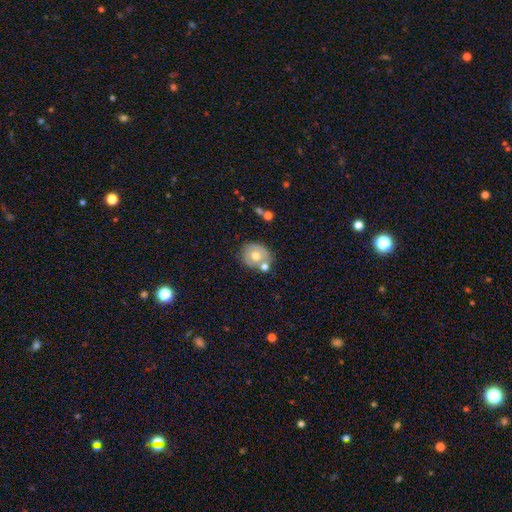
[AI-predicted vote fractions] A smooth galaxy with no disk features (54%) that is round (71%). Merging: none (54%).